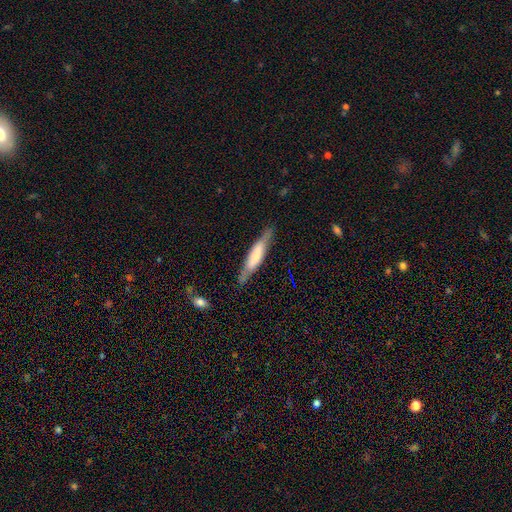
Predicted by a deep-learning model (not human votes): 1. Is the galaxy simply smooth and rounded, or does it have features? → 51% smooth, 43% featured or disk, 6% star or artifact.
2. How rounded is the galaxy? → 84% cigar-shaped, 15% in between, 1% round.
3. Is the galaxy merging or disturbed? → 80% none, 14% minor disturbance, 3% major disturbance, 2% merger.